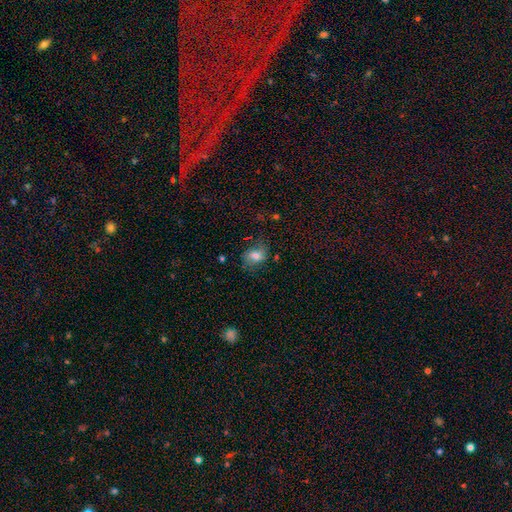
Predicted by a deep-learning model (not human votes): Smooth or featured?
  - smooth: 73% *
  - featured or disk: 18%
  - star or artifact: 9%
How rounded?
  - in between: 67% *
  - round: 31%
  - cigar-shaped: 2%
Merging?
  - none: 66% *
  - minor disturbance: 23%
  - major disturbance: 9%
  - merger: 2%